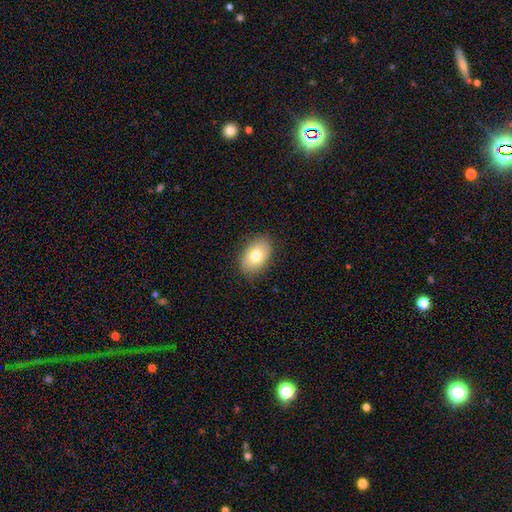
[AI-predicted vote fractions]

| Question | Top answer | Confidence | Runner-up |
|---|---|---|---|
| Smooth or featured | smooth | 76% | featured or disk (15%) |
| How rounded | in between | 87% | round (12%) |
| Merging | none | 86% | minor disturbance (11%) |